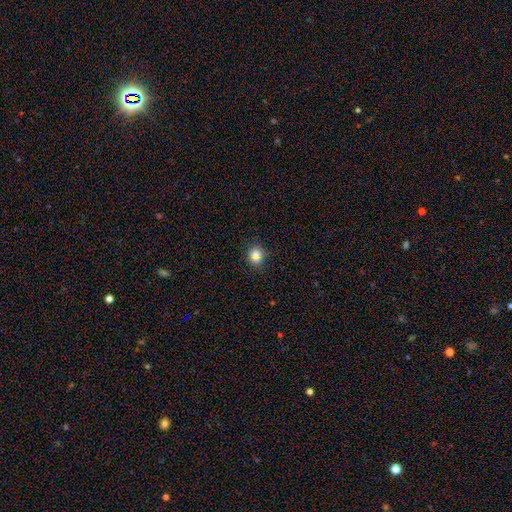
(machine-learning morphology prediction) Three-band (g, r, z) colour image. It shows a smooth galaxy with no disk features (80%) that is round (72%). Merging: none (77%).